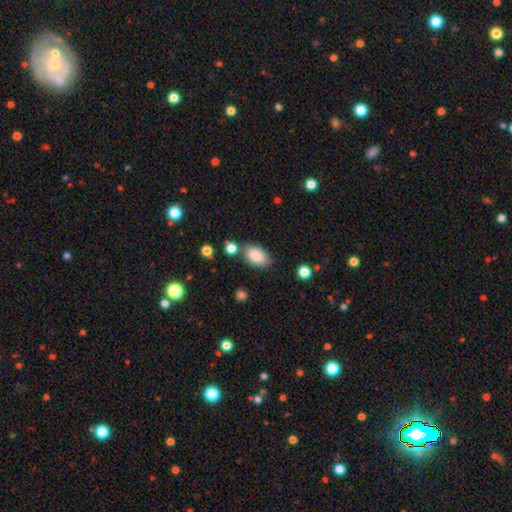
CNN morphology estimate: smooth-or-featured: smooth: 87% | star or artifact: 7% | featured or disk: 6%
  how-rounded: in between: 91% | round: 8% | cigar-shaped: 1%
  merging: none: 72% | minor disturbance: 16% | merger: 8% | major disturbance: 4%